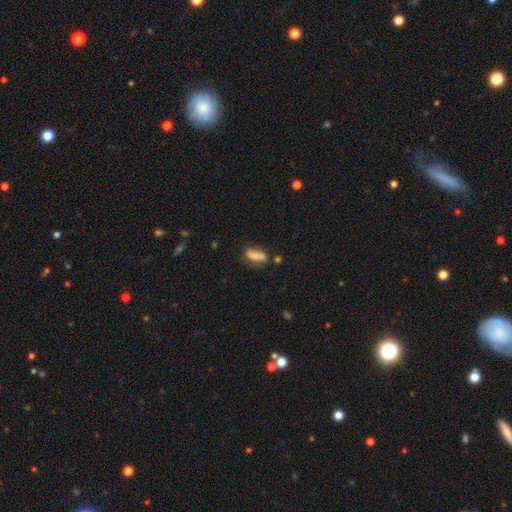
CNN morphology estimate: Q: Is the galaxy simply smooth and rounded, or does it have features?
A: smooth — 71%.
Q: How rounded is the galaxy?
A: in between — 62%.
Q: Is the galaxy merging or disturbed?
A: none — 52%.